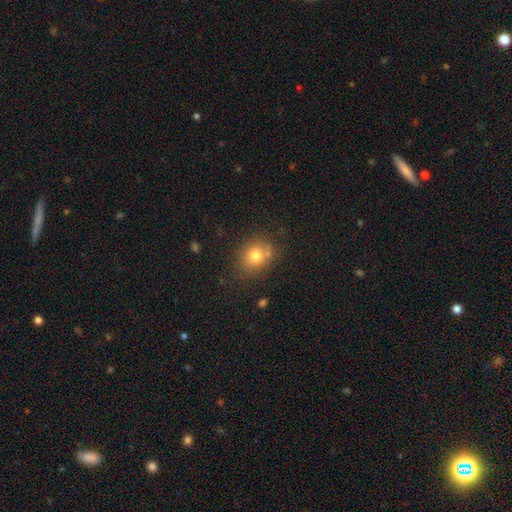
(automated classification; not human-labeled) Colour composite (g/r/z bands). It shows a smooth galaxy with no disk features (77%) that is round (67%). Merging: none (71%).